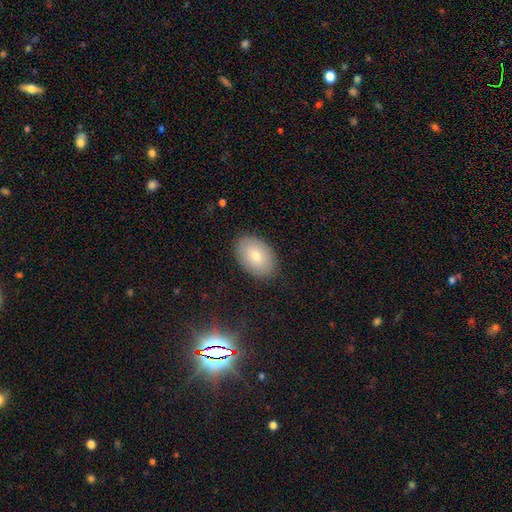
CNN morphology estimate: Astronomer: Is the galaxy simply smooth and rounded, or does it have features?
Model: smooth — 66%.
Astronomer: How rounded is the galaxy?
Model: in between — 85%.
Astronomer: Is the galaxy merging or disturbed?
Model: none — 86%.